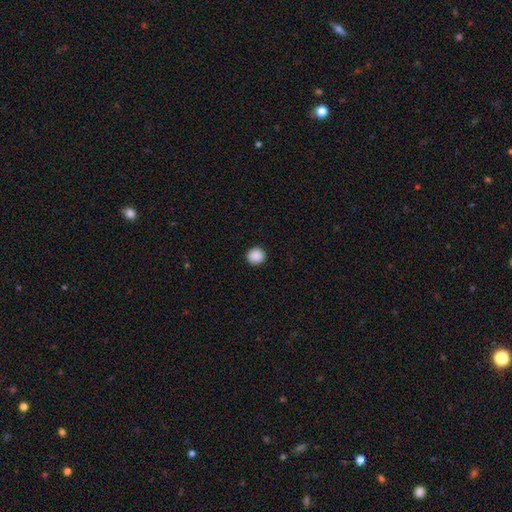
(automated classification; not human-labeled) Smooth or featured? smooth (89%)
How rounded? round (93%)
Merging? none (93%)